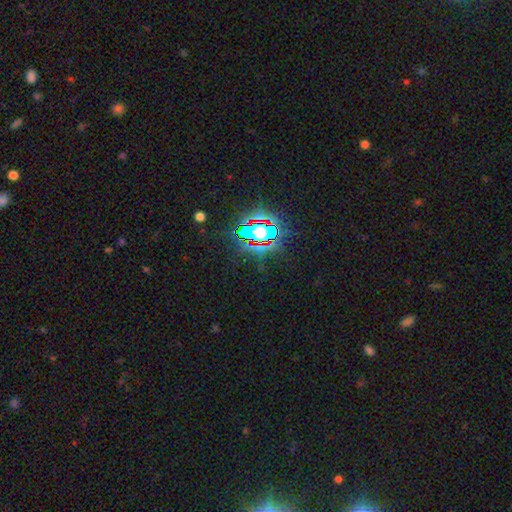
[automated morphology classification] This appears to be a star or artifact, not a galaxy (84%).